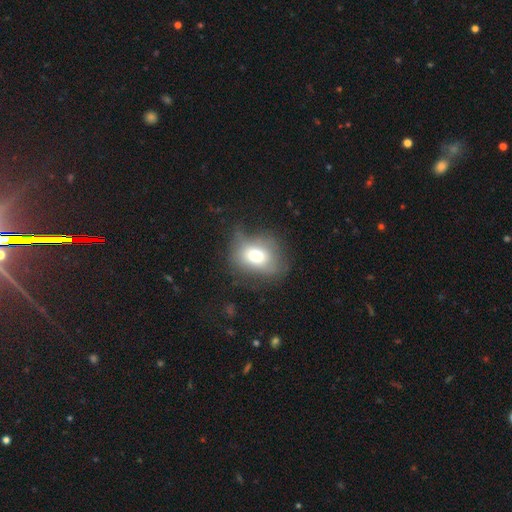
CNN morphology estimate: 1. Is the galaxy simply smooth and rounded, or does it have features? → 67% smooth, 22% featured or disk, 11% star or artifact.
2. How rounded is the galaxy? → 51% in between, 47% round, 1% cigar-shaped.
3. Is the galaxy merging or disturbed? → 48% none, 30% minor disturbance, 19% major disturbance, 3% merger.